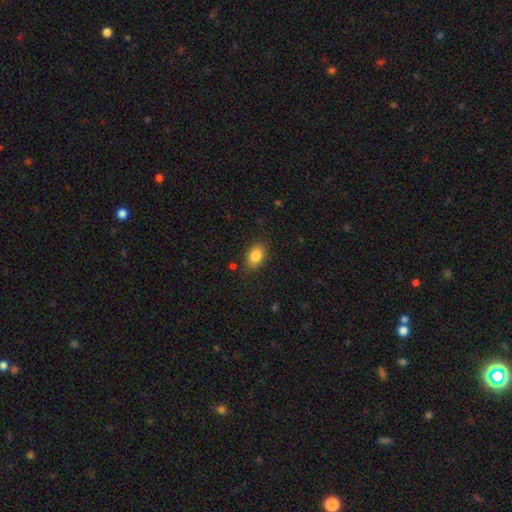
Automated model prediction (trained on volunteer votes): Overall: smooth (85%). How rounded: in between (77%). Merging: none (83%).